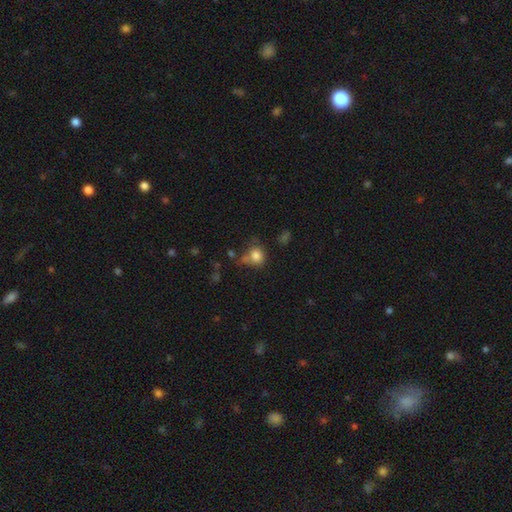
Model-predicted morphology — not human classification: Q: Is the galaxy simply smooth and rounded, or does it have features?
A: smooth — 81%.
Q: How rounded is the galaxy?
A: round — 73%.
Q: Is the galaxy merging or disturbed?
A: none — 53%.